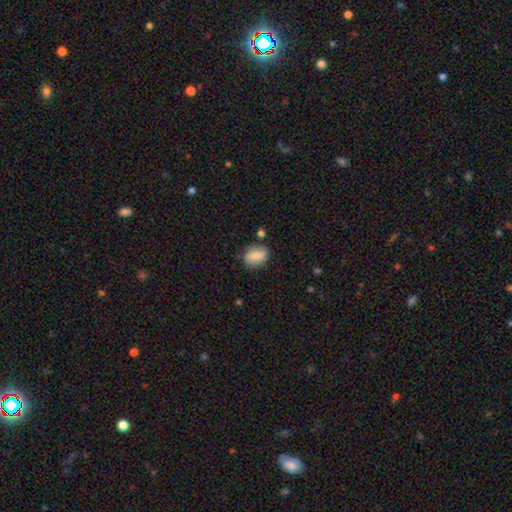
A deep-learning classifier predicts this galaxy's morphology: Overall: smooth (76%). How rounded: in between (70%). Merging: none (76%).